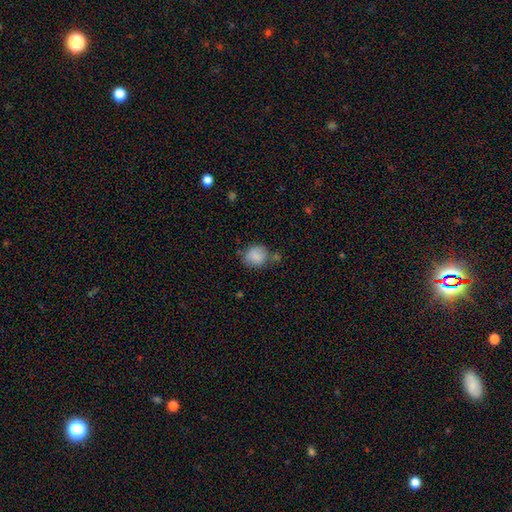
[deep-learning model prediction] This is clearly a smooth galaxy (84%). How rounded: likely round (68%). Merging: likely none (62%).